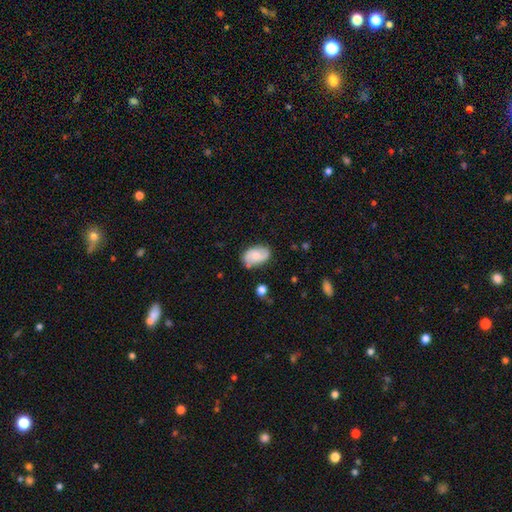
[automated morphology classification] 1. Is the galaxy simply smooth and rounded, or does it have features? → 53% smooth, 40% featured or disk, 7% star or artifact.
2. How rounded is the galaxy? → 90% in between, 8% round, 2% cigar-shaped.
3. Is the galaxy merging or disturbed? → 72% none, 21% minor disturbance, 4% major disturbance, 3% merger.